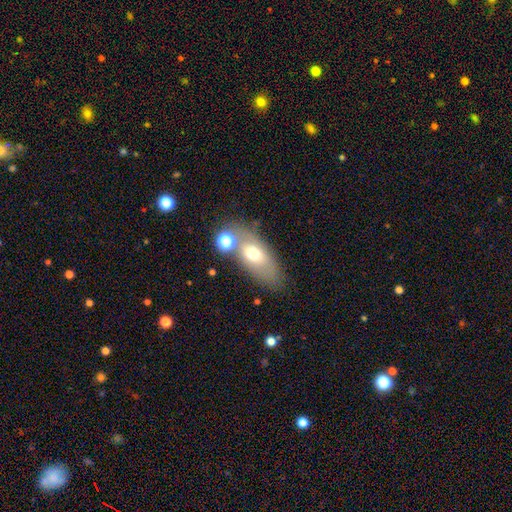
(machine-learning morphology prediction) This appears to be a smooth galaxy with no disk features (58%) that is in between round and cigar-shaped (81%). Merging: none (63%).